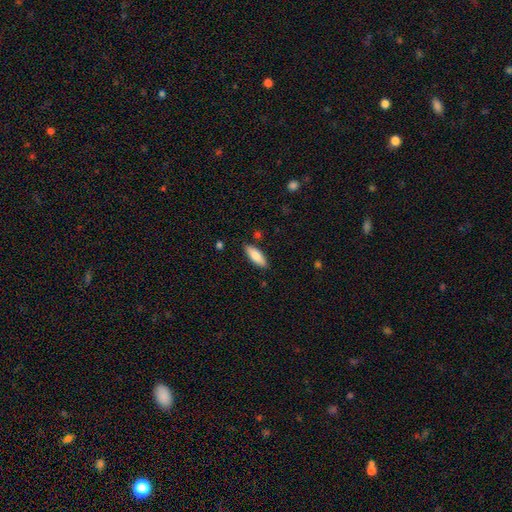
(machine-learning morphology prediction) Overall: smooth (81%). How rounded: in between (69%; cigar-shaped 29%). Merging: none (84%).